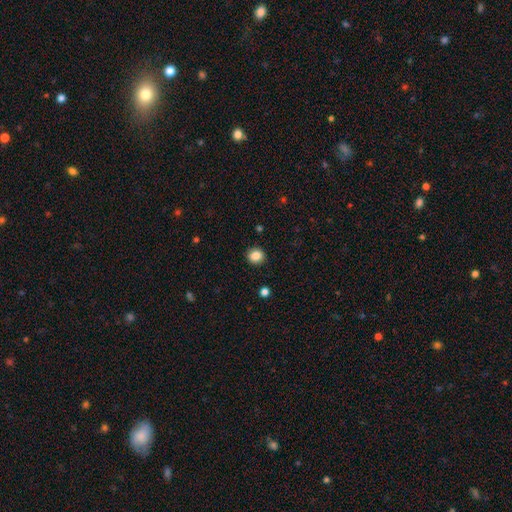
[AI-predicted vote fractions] Smooth or featured?
  - smooth: 86% *
  - star or artifact: 10%
  - featured or disk: 4%
How rounded?
  - round: 81% *
  - in between: 18%
  - cigar-shaped: 1%
Merging?
  - none: 91% *
  - minor disturbance: 6%
  - major disturbance: 2%
  - merger: 1%